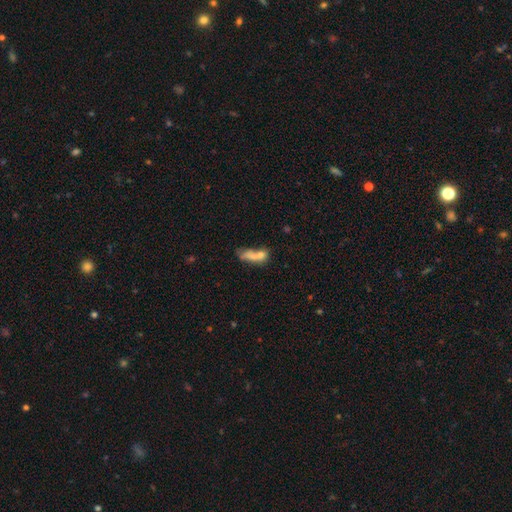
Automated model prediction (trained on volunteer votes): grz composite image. It shows a smooth galaxy with no disk features (65%) that is in between round and cigar-shaped (59%). Merging: merger (53%).